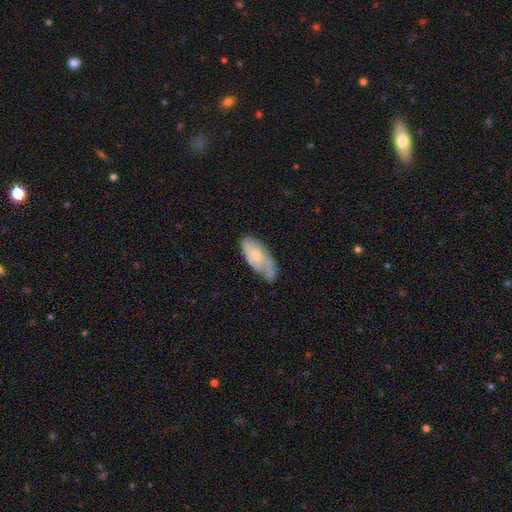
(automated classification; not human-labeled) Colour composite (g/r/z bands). It shows a featured or disk galaxy (58%) with no bar (73%), spiral arms (79%) and a small central bulge (49%). Merging: none (47%).